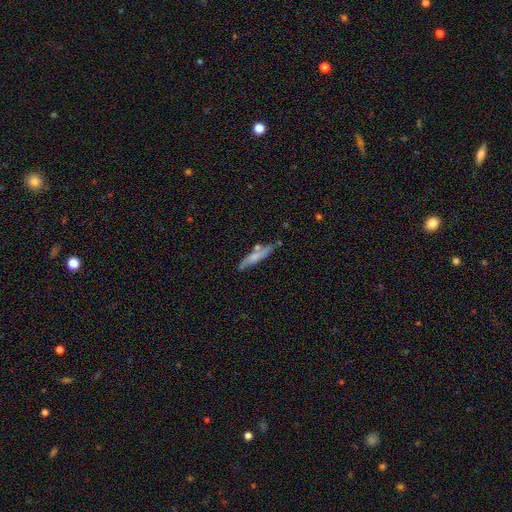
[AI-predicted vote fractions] Smooth or featured: smooth — 61% (featured or disk — 33%)
How rounded: cigar-shaped — 82% (in between — 16%)
Merging: none — 66% (minor disturbance — 20%)